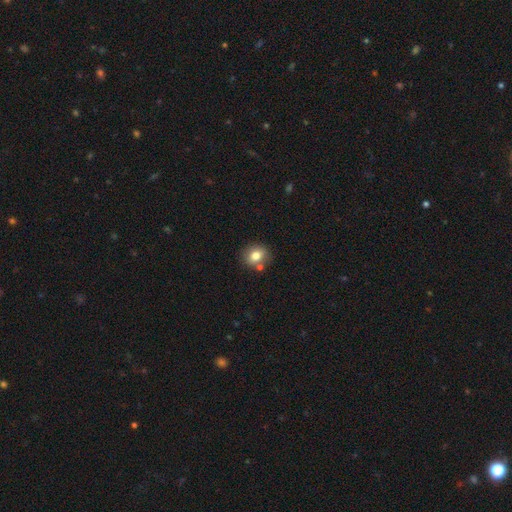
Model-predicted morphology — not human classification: Smooth or featured? Predicted: smooth (p=0.79). How rounded? Predicted: round (p=0.62). Merging? Predicted: none (p=0.73).